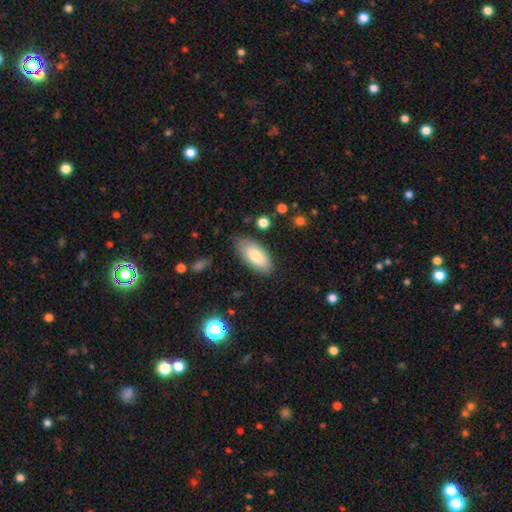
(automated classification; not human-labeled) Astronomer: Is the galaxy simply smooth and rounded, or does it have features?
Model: smooth — 76%.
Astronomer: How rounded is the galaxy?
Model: in between — 91%.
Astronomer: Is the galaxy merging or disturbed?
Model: none — 80%.